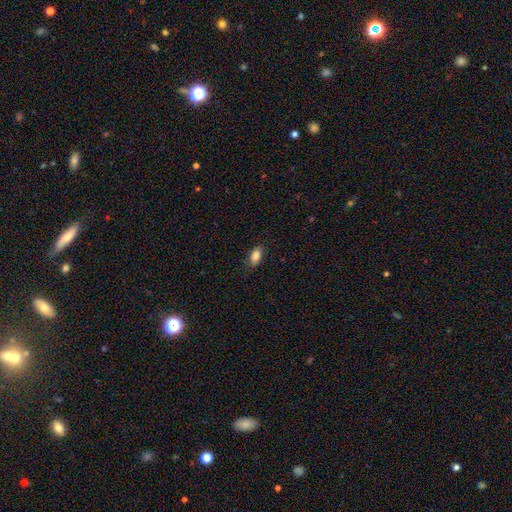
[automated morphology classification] Smooth or featured? smooth (86%)
How rounded? in between (89%)
Merging? none (81%)